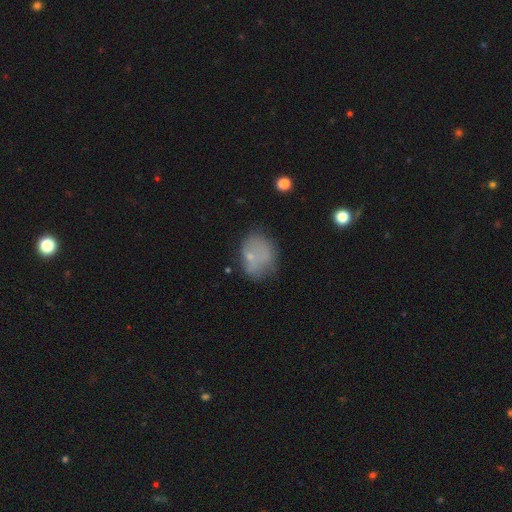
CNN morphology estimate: type=smooth (61%); roundness=in between (57%); merging=none (46%).